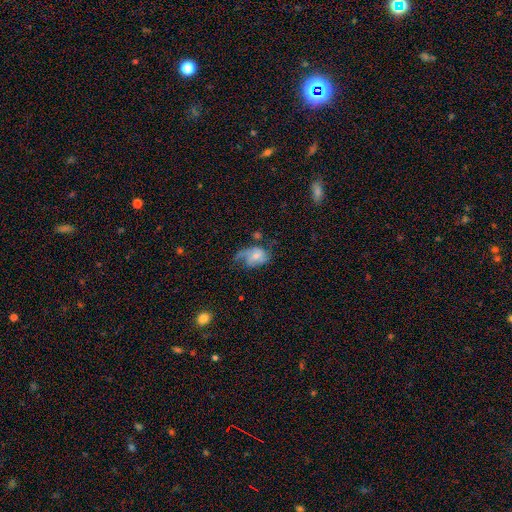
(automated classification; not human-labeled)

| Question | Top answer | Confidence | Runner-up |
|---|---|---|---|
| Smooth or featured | featured or disk | 61% | smooth (31%) |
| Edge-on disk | no | 97% | yes (3%) |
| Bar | no | 56% | weak (36%) |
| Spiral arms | yes | 83% | no (17%) |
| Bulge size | small | 44% | moderate (39%) |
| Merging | major disturbance | 36% | none (33%) |